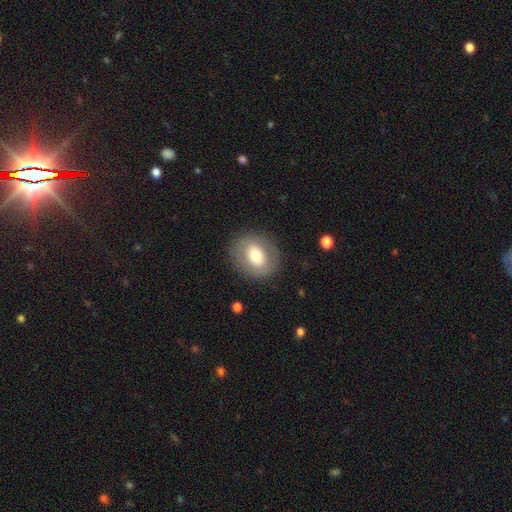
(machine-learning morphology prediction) This appears to be a smooth galaxy with no disk features (66%) that is round (64%). Merging: none (84%).